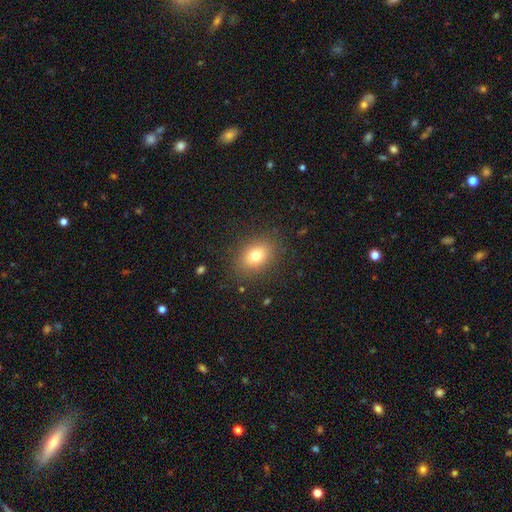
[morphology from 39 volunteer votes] smooth_or_featured: smooth (p=0.79) [alt: featured or disk p=0.10]
how_rounded: in between (p=0.68) [alt: round p=0.32]
merging: none (p=0.89) [alt: minor disturbance p=0.06]